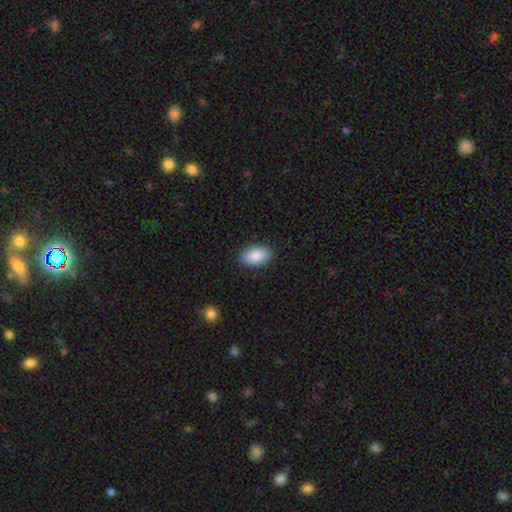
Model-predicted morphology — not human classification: Q: Smooth or featured?
A: smooth (88%); runner-up: star or artifact (6%)
Q: How rounded?
A: in between (93%); runner-up: round (5%)
Q: Merging?
A: none (88%); runner-up: minor disturbance (9%)